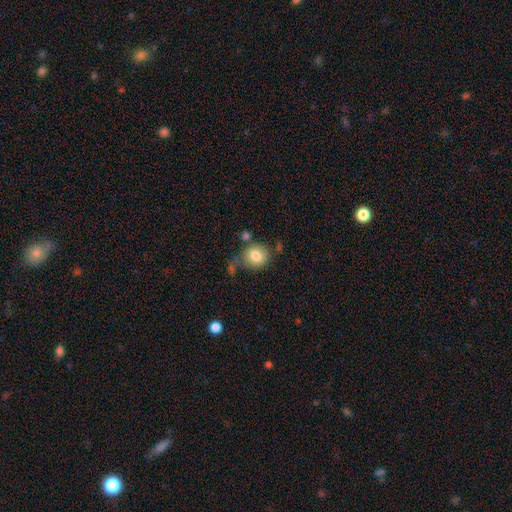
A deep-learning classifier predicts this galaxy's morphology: The model was most divided on "merging": none: 60%, minor disturbance: 19%, merger: 11%, major disturbance: 9%. More confident: smooth or featured — smooth (81%); how rounded — round (76%).